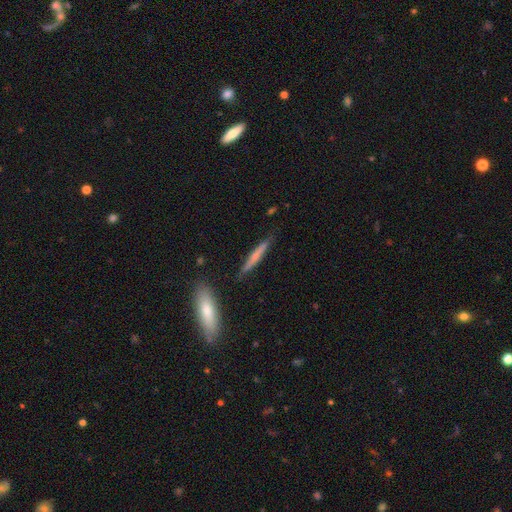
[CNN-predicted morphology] smooth-or-featured: smooth: 57% | featured or disk: 37% | star or artifact: 6%
  how-rounded: cigar-shaped: 94% | in between: 4% | round: 2%
  merging: none: 84% | minor disturbance: 11% | merger: 2% | major disturbance: 2%